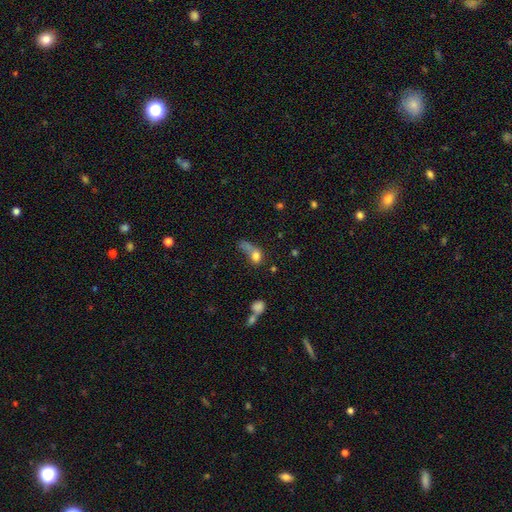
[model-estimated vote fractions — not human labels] smooth_or_featured: smooth (p=0.71) [alt: featured or disk p=0.16]
how_rounded: in between (p=0.52) [alt: round p=0.42]
merging: major disturbance (p=0.33) [alt: merger p=0.29]